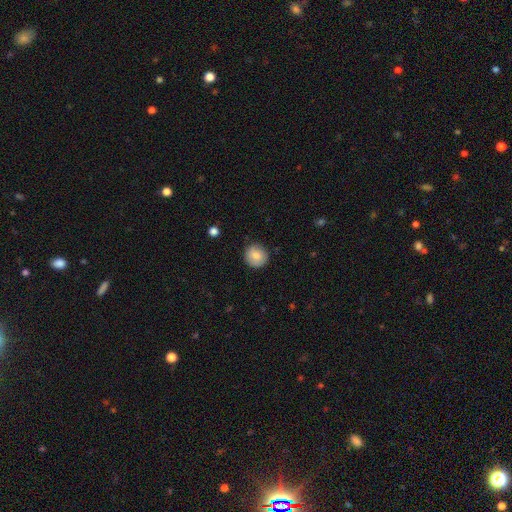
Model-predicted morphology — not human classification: smooth_or_featured: smooth (p=0.82) [alt: featured or disk p=0.10]
how_rounded: round (p=0.92) [alt: in between p=0.07]
merging: none (p=0.87) [alt: minor disturbance p=0.09]